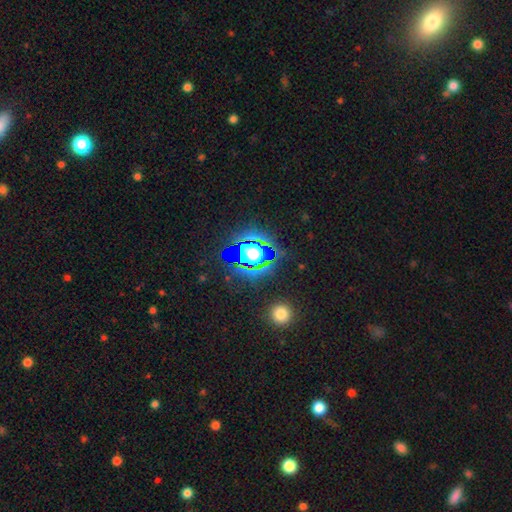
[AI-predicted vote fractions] A star or artifact, not a galaxy (73%).